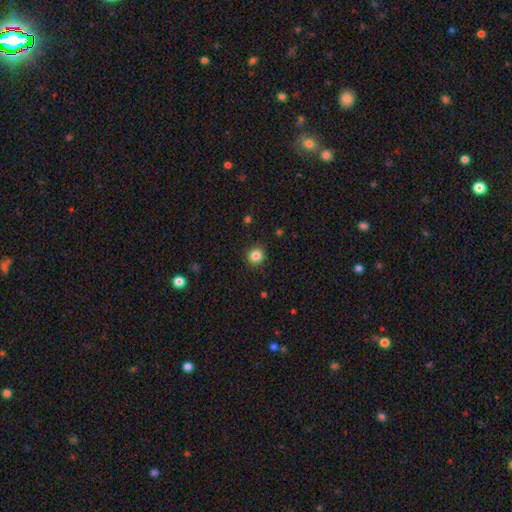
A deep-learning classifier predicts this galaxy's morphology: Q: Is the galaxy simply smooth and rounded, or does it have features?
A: smooth — 84%.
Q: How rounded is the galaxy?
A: round — 89%.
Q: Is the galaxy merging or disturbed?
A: none — 91%.